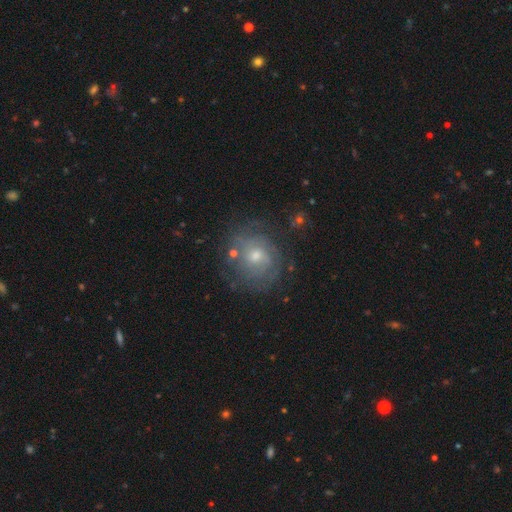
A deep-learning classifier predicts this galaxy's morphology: featured or disk 63%, smooth 26%, star or artifact 10%. Down the decision tree: edge-on disk — no (97%); bar — no (70%); spiral arms — yes (76%); bulge size — moderate (49%); merging — none (69%).